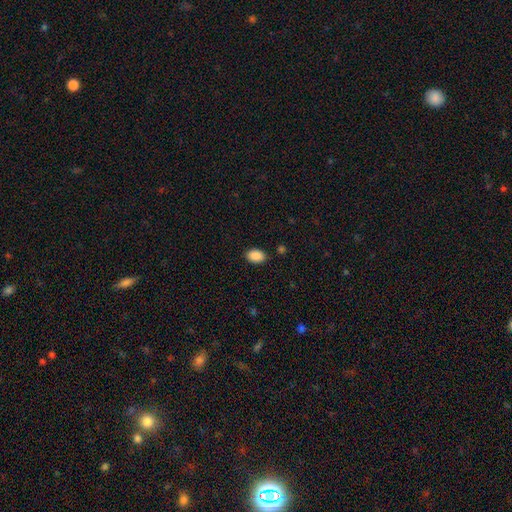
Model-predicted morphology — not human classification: smooth 89%, star or artifact 8%, featured or disk 3%. Down the decision tree: how rounded — in between (85%); merging — none (87%).